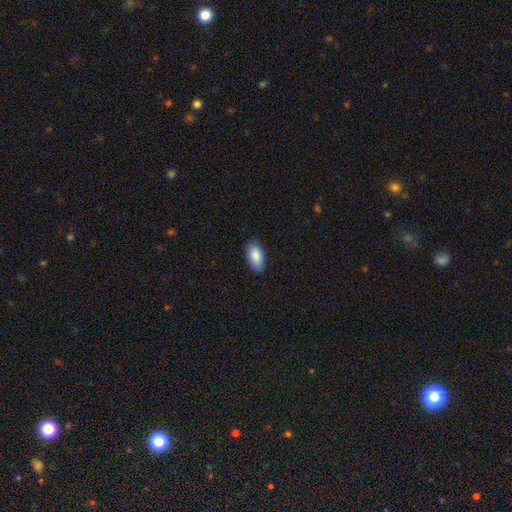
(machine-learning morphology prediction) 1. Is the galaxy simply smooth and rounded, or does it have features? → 89% smooth, 6% star or artifact, 5% featured or disk.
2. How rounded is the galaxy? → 93% in between, 4% cigar-shaped, 3% round.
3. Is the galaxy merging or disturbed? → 84% none, 13% minor disturbance, 2% major disturbance, 1% merger.